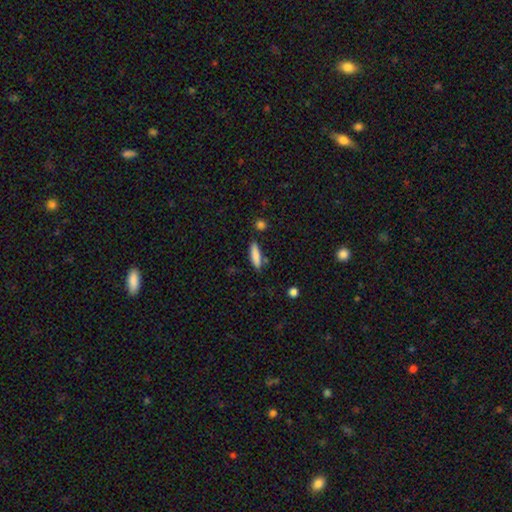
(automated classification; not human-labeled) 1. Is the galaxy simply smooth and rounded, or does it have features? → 83% smooth, 10% featured or disk, 7% star or artifact.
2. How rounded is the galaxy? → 67% cigar-shaped, 31% in between, 2% round.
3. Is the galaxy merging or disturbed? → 80% none, 12% minor disturbance, 5% merger, 3% major disturbance.